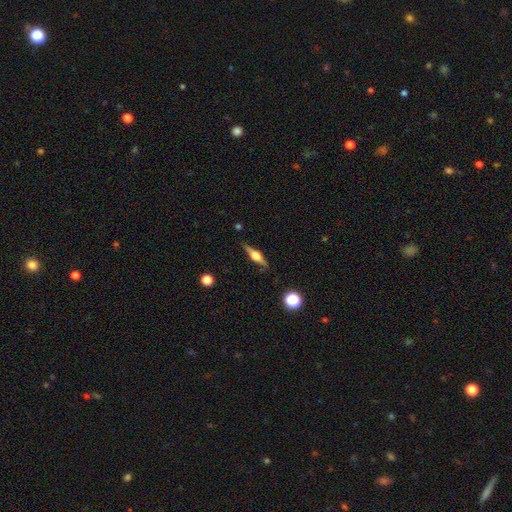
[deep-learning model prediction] Smooth or featured? featured or disk (69%)
Edge-on disk? yes (96%)
Edge-on bulge? rounded (90%)
Merging? none (85%)